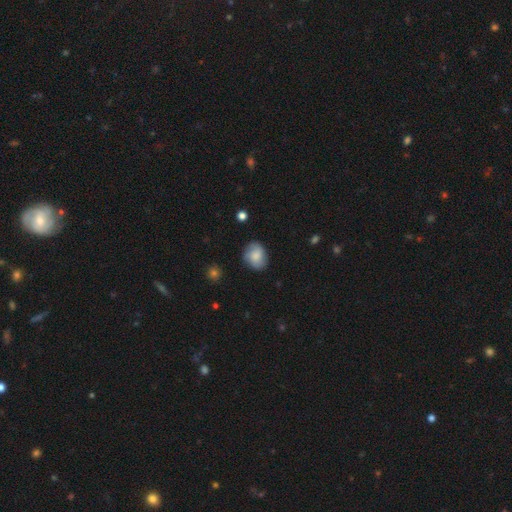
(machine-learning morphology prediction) type=smooth (74%); roundness=in between (54%); merging=none (76%).